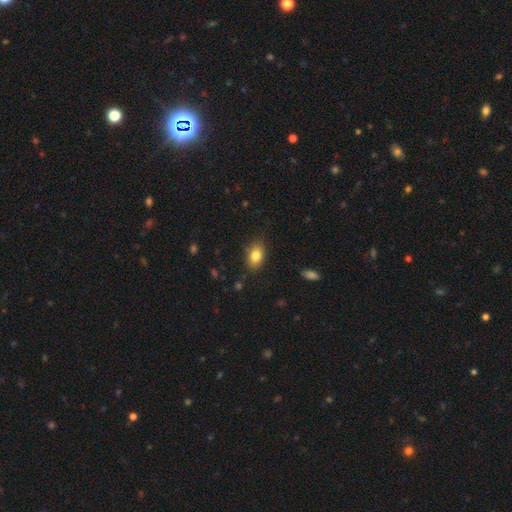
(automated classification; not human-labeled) This appears to be a smooth galaxy with no disk features (82%) that is in between round and cigar-shaped (85%). Merging: none (82%).